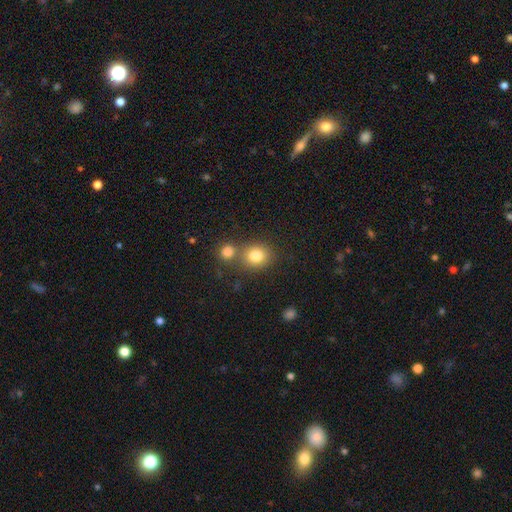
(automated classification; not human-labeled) A smooth galaxy with no disk features (80%) that is round (77%).

Vote fractions:
- Smooth or featured? smooth: 80% / star or artifact: 12% / featured or disk: 8%
- How rounded? round: 77% / in between: 22% / cigar-shaped: 1%
- Merging? none: 63% / merger: 25% / minor disturbance: 9% / major disturbance: 3%